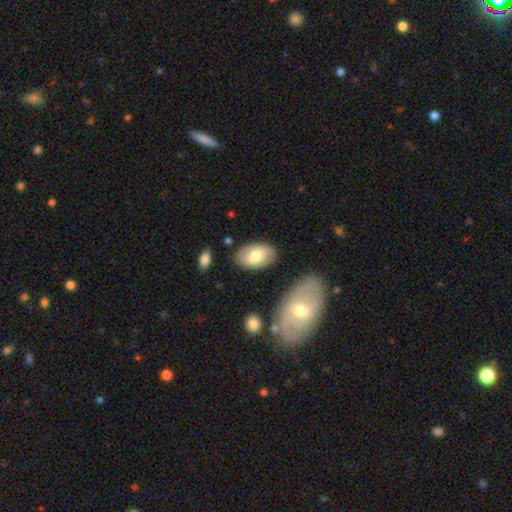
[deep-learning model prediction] Smooth or featured?
  - smooth: 70% *
  - featured or disk: 24%
  - star or artifact: 6%
How rounded?
  - in between: 93% *
  - round: 6%
  - cigar-shaped: 2%
Merging?
  - none: 80% *
  - minor disturbance: 13%
  - merger: 4%
  - major disturbance: 3%